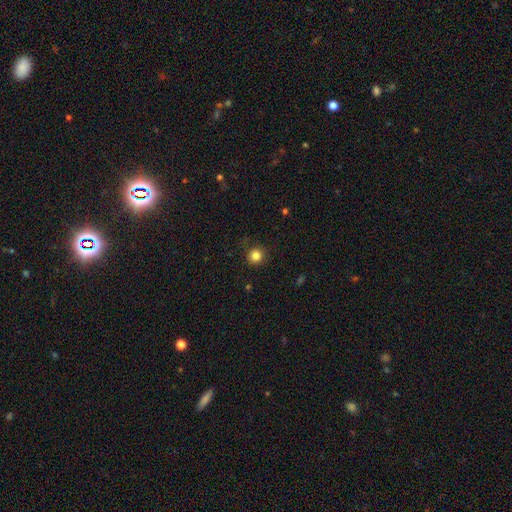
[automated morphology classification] smooth_or_featured: smooth (p=0.83) [alt: star or artifact p=0.12]
how_rounded: round (p=0.92) [alt: in between p=0.07]
merging: none (p=0.87) [alt: minor disturbance p=0.09]